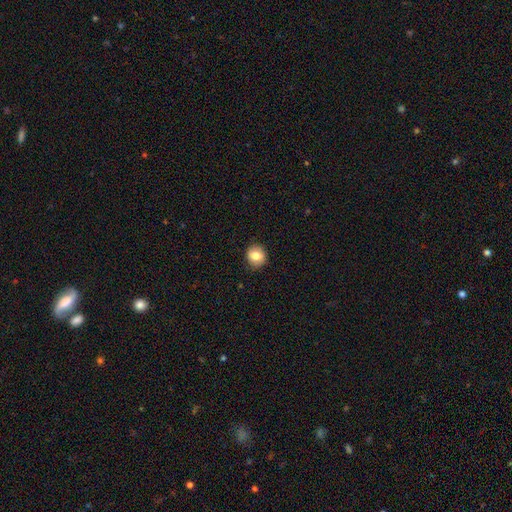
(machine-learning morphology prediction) Smooth or featured? Predicted: smooth (p=0.80). How rounded? Predicted: round (p=0.80). Merging? Predicted: none (p=0.87).